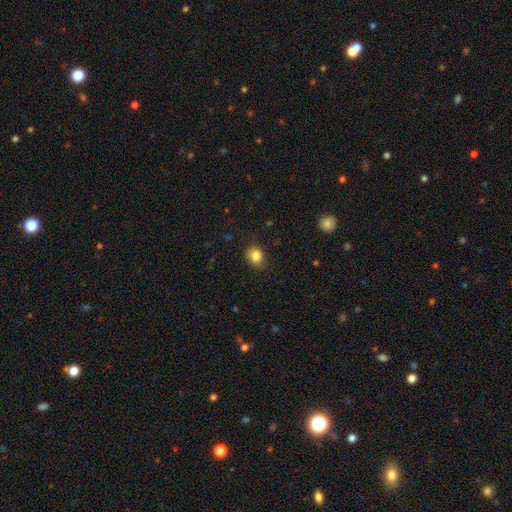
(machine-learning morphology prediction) A smooth galaxy with no disk features (85%) that is round (58%). Merging: none (82%).